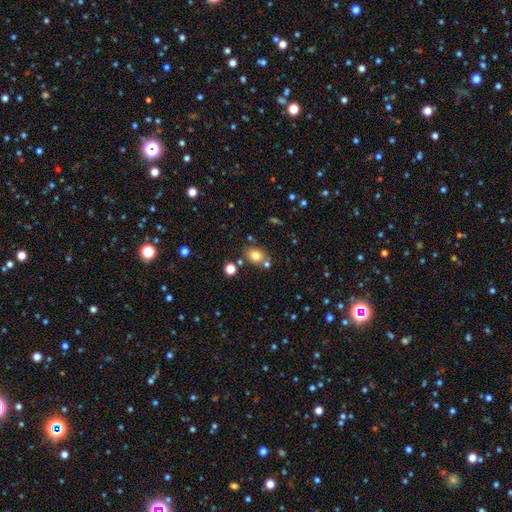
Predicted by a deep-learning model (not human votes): This is likely a smooth galaxy (78%). How rounded: possibly round (49%, tied with in between). Merging: likely none (70%).